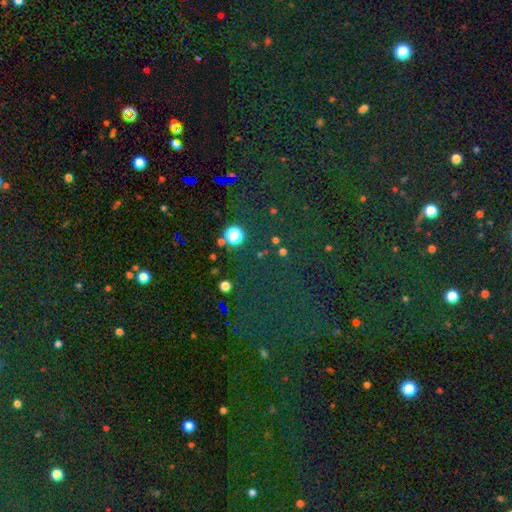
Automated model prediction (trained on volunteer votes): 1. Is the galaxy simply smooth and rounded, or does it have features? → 78% star or artifact, 15% smooth, 7% featured or disk.